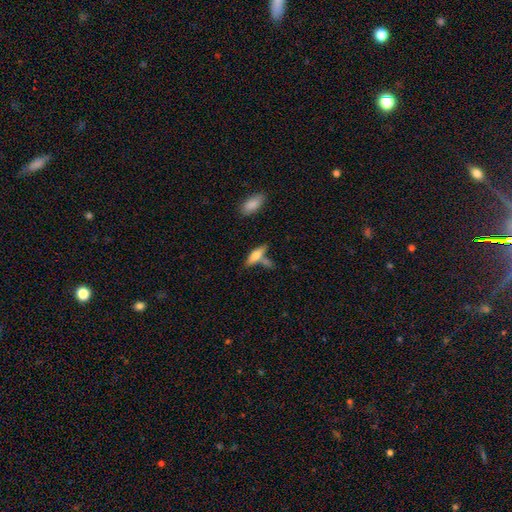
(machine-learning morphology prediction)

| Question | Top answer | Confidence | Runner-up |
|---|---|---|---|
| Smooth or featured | smooth | 63% | featured or disk (30%) |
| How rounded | in between | 53% | cigar-shaped (45%) |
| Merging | none | 53% | merger (23%) |